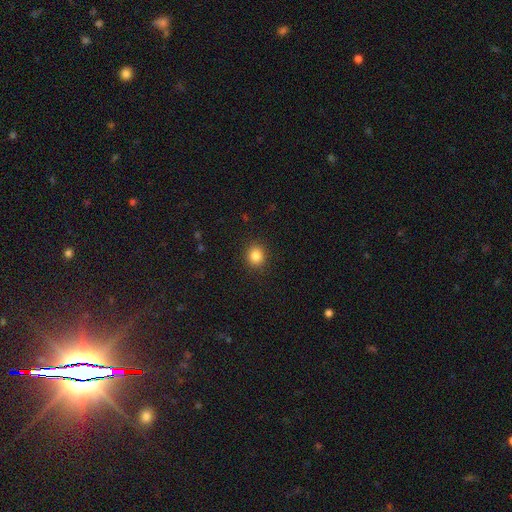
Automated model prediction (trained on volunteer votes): smooth-or-featured: smooth: 85% | star or artifact: 11% | featured or disk: 5%
  how-rounded: round: 83% | in between: 16% | cigar-shaped: 1%
  merging: none: 91% | minor disturbance: 6% | major disturbance: 2% | merger: 1%